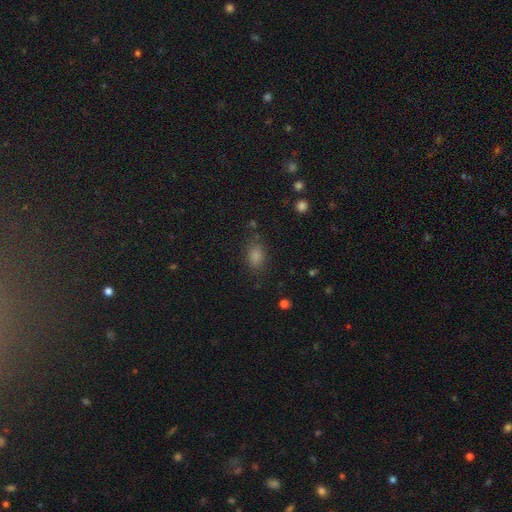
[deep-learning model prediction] Q: Smooth or featured?
A: smooth (82%); runner-up: star or artifact (13%)
Q: How rounded?
A: in between (82%); runner-up: round (16%)
Q: Merging?
A: none (78%); runner-up: minor disturbance (14%)